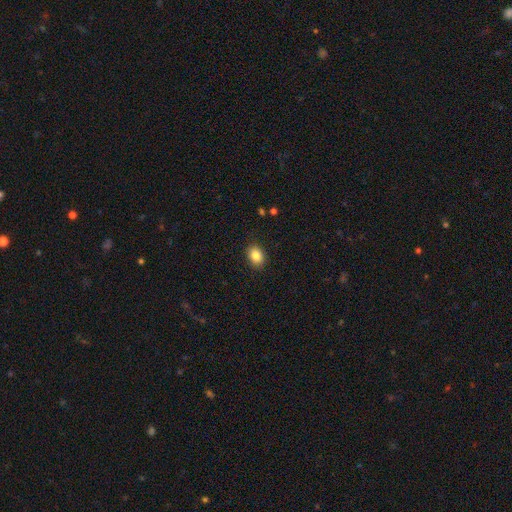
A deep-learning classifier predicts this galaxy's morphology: Smooth or featured? Predicted: smooth (p=0.85). How rounded? Predicted: in between (p=0.67). Merging? Predicted: none (p=0.89).